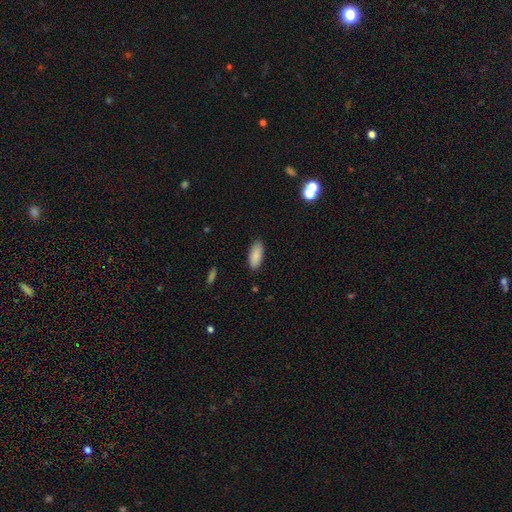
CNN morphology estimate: Q: Smooth or featured?
A: smooth (88%); runner-up: star or artifact (7%)
Q: How rounded?
A: in between (82%); runner-up: cigar-shaped (16%)
Q: Merging?
A: none (88%); runner-up: minor disturbance (9%)